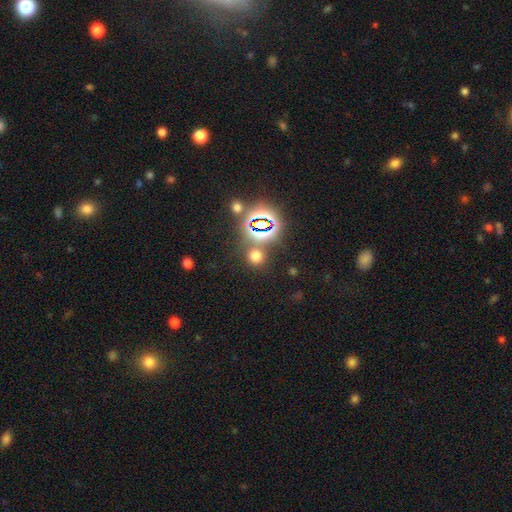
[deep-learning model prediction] This is possibly a smooth galaxy (60%). How rounded: clearly round (87%). Merging: likely none (79%).